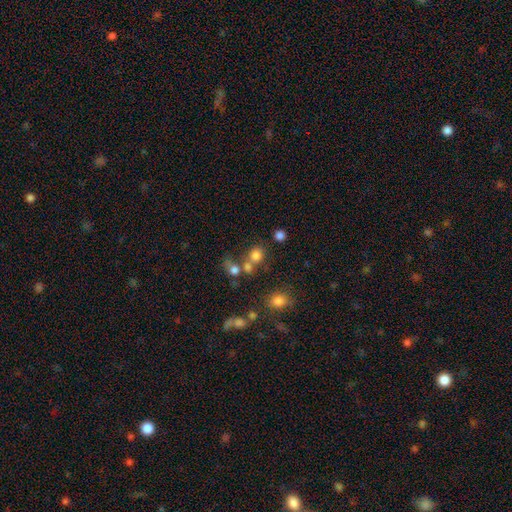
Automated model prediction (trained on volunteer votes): Overall: smooth (76%). How rounded: round (78%). Merging: none (54%; merger 31%).